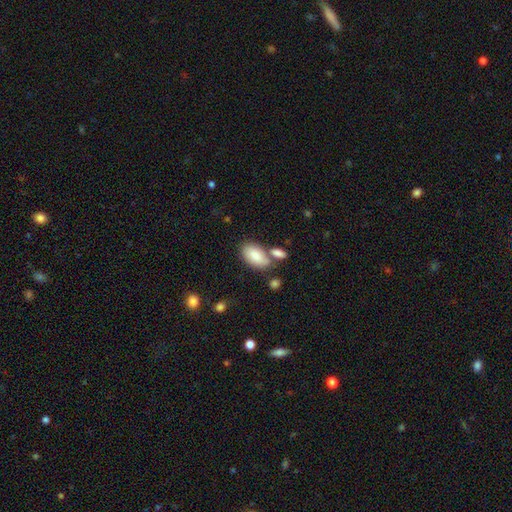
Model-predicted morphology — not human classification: A smooth galaxy with no disk features (84%) that is in between round and cigar-shaped (94%).

Vote fractions:
- Smooth or featured? smooth: 84% / featured or disk: 10% / star or artifact: 6%
- How rounded? in between: 94% / round: 4% / cigar-shaped: 2%
- Merging? none: 58% / merger: 22% / minor disturbance: 15% / major disturbance: 5%